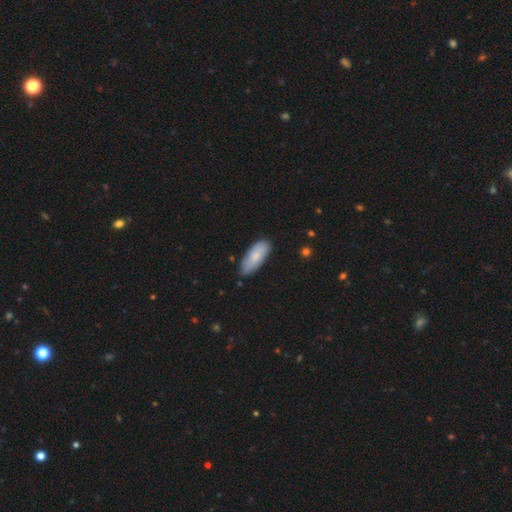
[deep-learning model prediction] smooth 81%, featured or disk 13%, star or artifact 6%. Down the decision tree: how rounded — in between (80%); merging — none (79%).